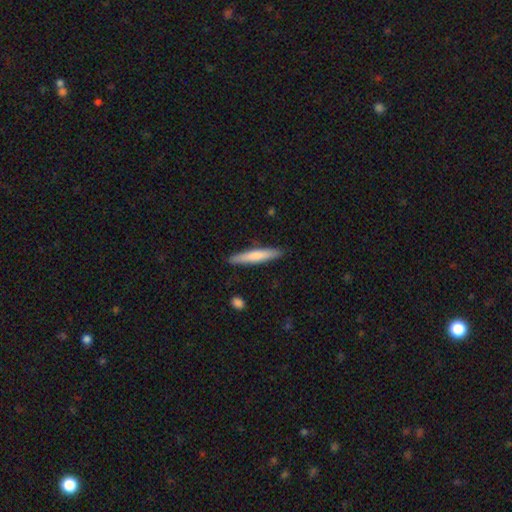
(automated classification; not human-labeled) Smooth or featured?
  - smooth: 69% *
  - featured or disk: 26%
  - star or artifact: 5%
How rounded?
  - cigar-shaped: 93% *
  - in between: 6%
  - round: 1%
Merging?
  - none: 90% *
  - minor disturbance: 8%
  - major disturbance: 1%
  - merger: 1%